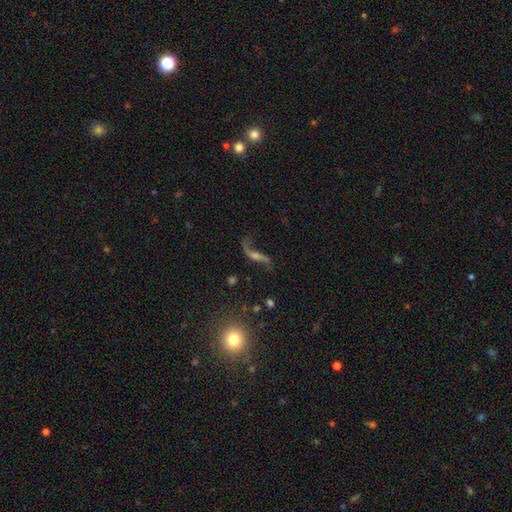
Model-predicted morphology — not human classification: Overall: featured or disk (76%). Edge-on disk: no (82%). Bar: no (45%; weak 33%). Spiral arms: yes (90%). Spiral arm count: 2 (84%). Spiral winding: loose (92%). Bulge size: small (45%; moderate 32%). Merging: none (56%; major disturbance 23%).